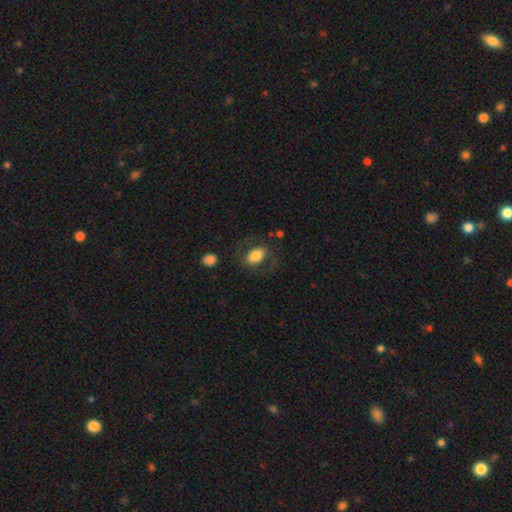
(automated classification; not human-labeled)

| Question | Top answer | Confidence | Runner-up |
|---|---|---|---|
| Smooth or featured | smooth | 66% | featured or disk (26%) |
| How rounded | in between | 79% | round (20%) |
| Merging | none | 67% | minor disturbance (15%) |